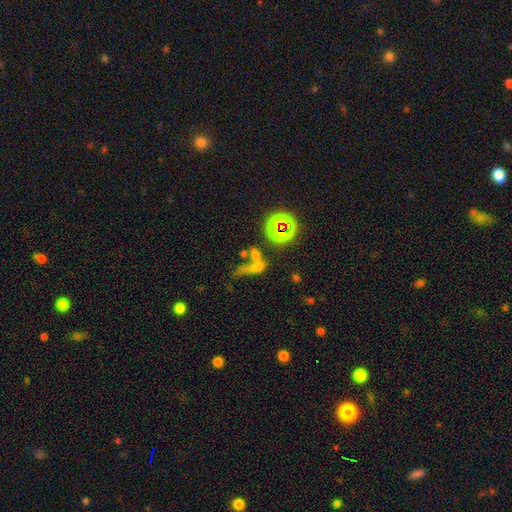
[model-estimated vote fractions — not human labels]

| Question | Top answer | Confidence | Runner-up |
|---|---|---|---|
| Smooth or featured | star or artifact | 53% | featured or disk (25%) |